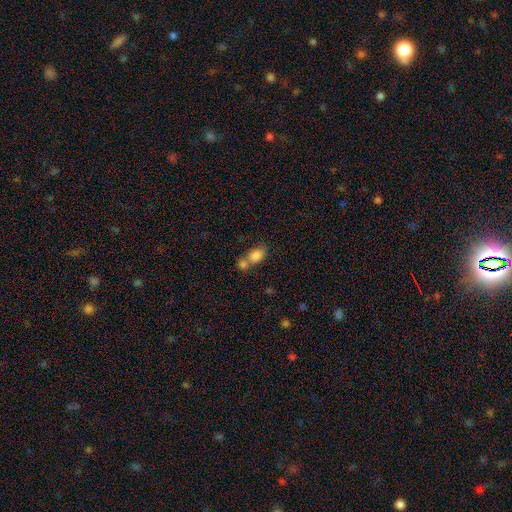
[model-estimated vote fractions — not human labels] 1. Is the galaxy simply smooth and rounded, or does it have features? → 83% smooth, 9% star or artifact, 8% featured or disk.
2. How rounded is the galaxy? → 78% in between, 20% round, 2% cigar-shaped.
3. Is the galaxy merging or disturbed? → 54% merger, 33% none, 9% minor disturbance, 4% major disturbance.